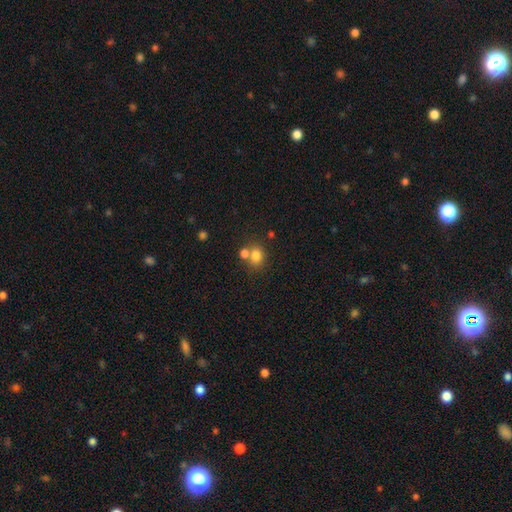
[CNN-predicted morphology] A smooth galaxy with no disk features (79%) that is round (56%). Merging: none (53%).